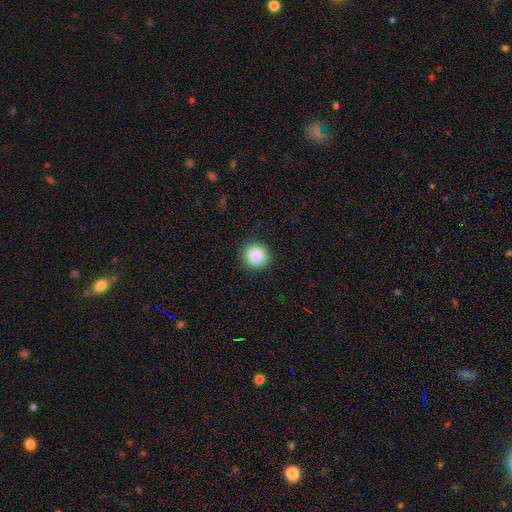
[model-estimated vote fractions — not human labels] smooth 87%, star or artifact 9%, featured or disk 5%. Down the decision tree: how rounded — round (90%); merging — none (90%).